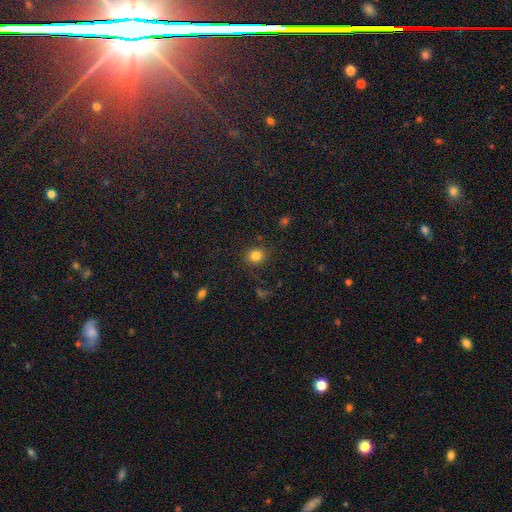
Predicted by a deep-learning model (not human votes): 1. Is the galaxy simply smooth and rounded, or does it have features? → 81% smooth, 13% star or artifact, 6% featured or disk.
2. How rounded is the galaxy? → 81% round, 18% in between, 1% cigar-shaped.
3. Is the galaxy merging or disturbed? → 84% none, 10% minor disturbance, 4% major disturbance, 2% merger.